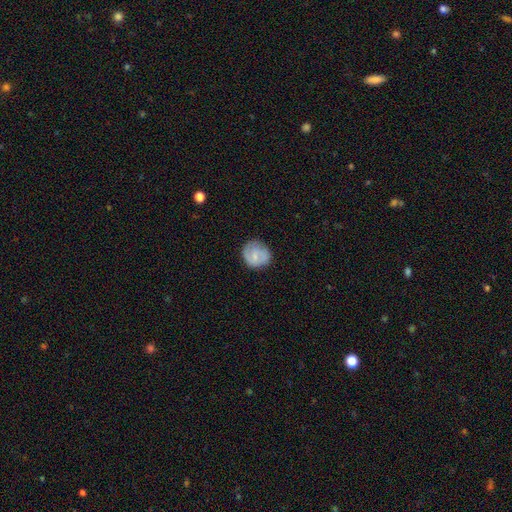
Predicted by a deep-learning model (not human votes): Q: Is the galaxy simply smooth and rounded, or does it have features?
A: smooth — 58%.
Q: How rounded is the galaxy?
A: round — 82%.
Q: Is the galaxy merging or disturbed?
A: none — 75%.